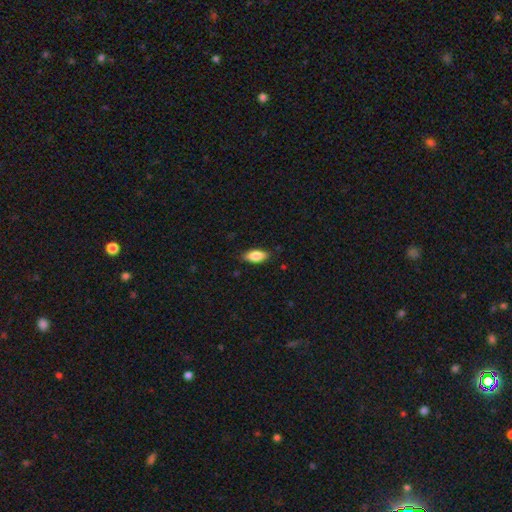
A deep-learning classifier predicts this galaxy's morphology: smooth-or-featured: smooth: 82% | featured or disk: 11% | star or artifact: 7%
  how-rounded: in between: 85% | cigar-shaped: 12% | round: 3%
  merging: none: 84% | minor disturbance: 13% | major disturbance: 2% | merger: 1%